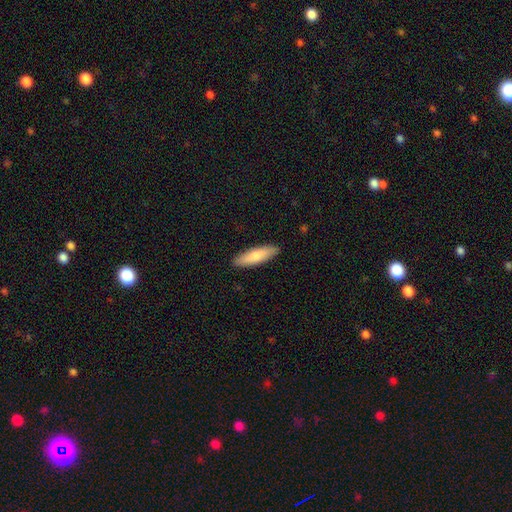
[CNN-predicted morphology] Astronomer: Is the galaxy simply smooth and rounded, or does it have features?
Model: smooth — 79%.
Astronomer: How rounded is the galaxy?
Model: cigar-shaped — 61% (runner-up: in between, 37%).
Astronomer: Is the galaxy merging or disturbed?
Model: none — 90%.